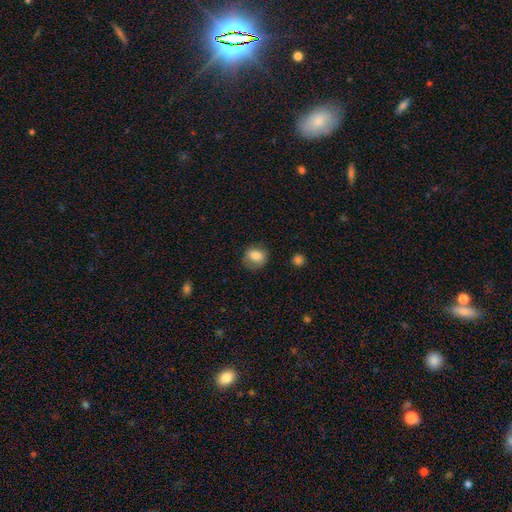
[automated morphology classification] Overall: smooth (81%). How rounded: round (66%; in between 33%). Merging: none (72%).